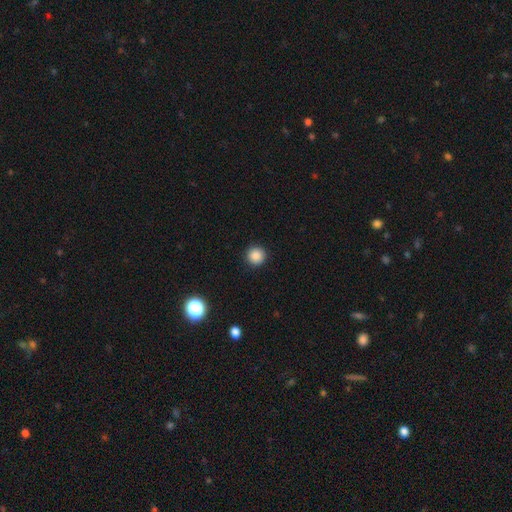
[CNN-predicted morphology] This appears to be a smooth galaxy with no disk features (87%) that is round (96%). Merging: none (92%).